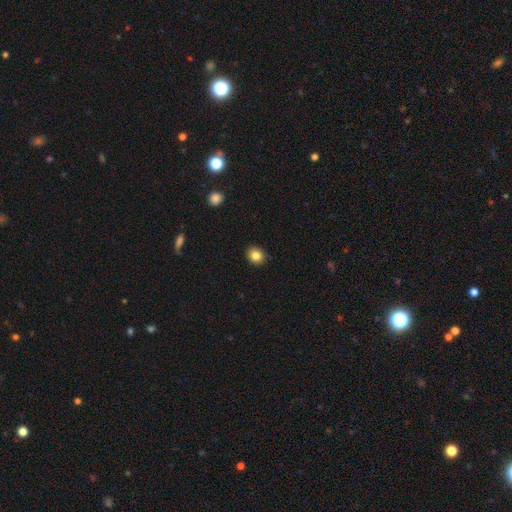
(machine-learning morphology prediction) This is clearly a smooth galaxy (83%). How rounded: likely round (66%). Merging: clearly none (90%).